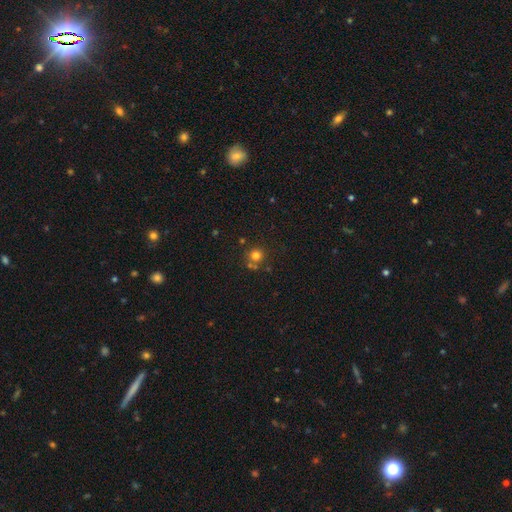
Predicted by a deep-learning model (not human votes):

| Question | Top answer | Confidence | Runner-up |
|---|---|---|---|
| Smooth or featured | smooth | 75% | star or artifact (16%) |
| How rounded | round | 91% | in between (8%) |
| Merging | none | 68% | merger (18%) |